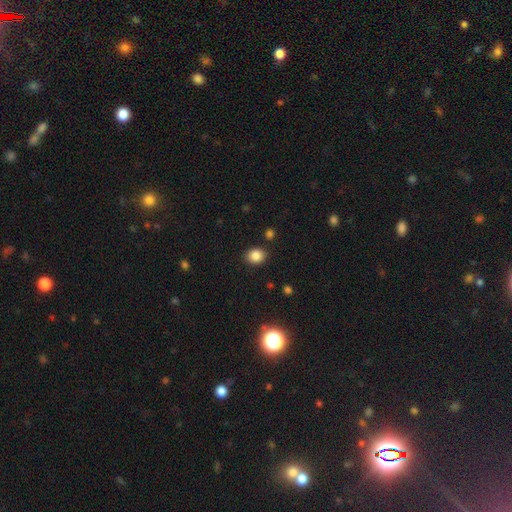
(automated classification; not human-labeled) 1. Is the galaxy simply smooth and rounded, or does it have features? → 85% smooth, 11% star or artifact, 5% featured or disk.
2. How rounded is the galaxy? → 59% round, 41% in between, 1% cigar-shaped.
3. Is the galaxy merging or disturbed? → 87% none, 8% minor disturbance, 2% merger, 2% major disturbance.